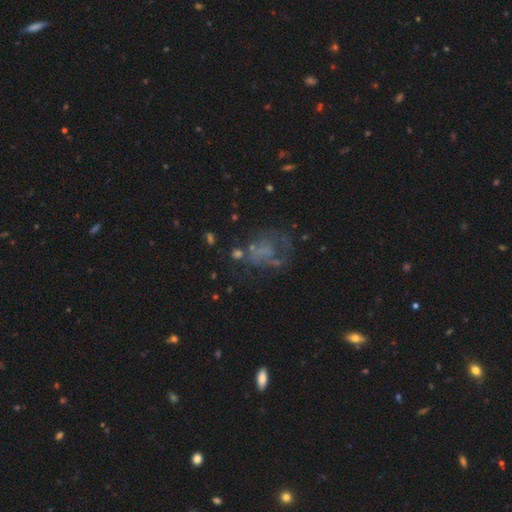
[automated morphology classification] A featured or disk galaxy (44%).

Vote fractions:
- Smooth or featured? featured or disk: 44% / star or artifact: 31% / smooth: 26%
- Merging? none: 48% / major disturbance: 26% / minor disturbance: 18% / merger: 8%